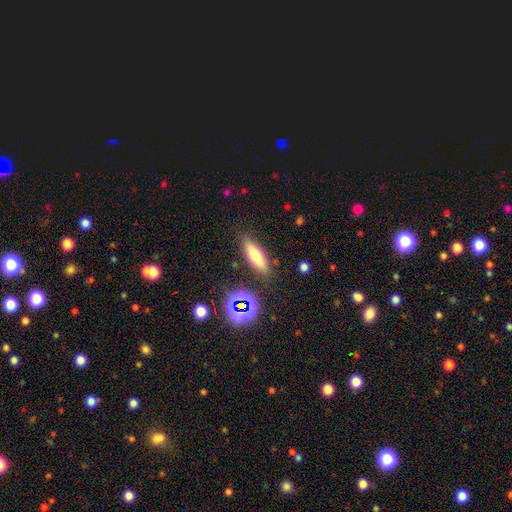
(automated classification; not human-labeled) Overall: smooth (61%; featured or disk 28%). How rounded: in between (48%, tied with cigar-shaped). Merging: none (82%).